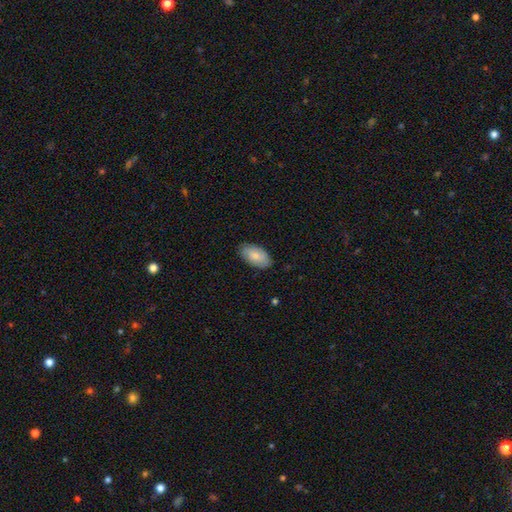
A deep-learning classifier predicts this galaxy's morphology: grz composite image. It shows a smooth galaxy with no disk features (77%) that is in between round and cigar-shaped (95%). Merging: none (84%).